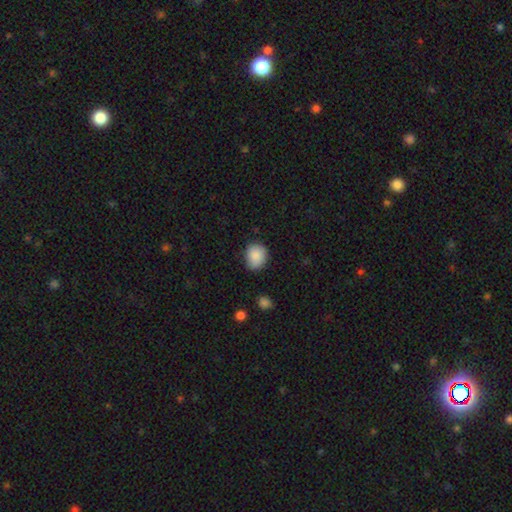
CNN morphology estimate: smooth-or-featured: smooth: 86% | star or artifact: 8% | featured or disk: 6%
  how-rounded: round: 67% | in between: 32% | cigar-shaped: 1%
  merging: none: 73% | minor disturbance: 22% | major disturbance: 4% | merger: 2%